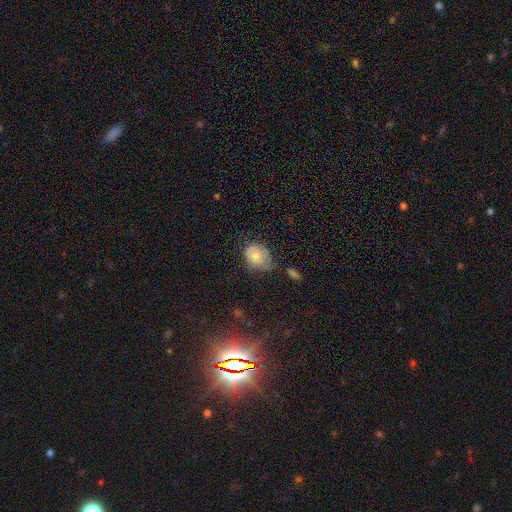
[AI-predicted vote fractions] smooth_or_featured: smooth (p=0.76) [alt: featured or disk p=0.15]
how_rounded: in between (p=0.51) [alt: round p=0.48]
merging: none (p=0.42) [alt: minor disturbance p=0.39]